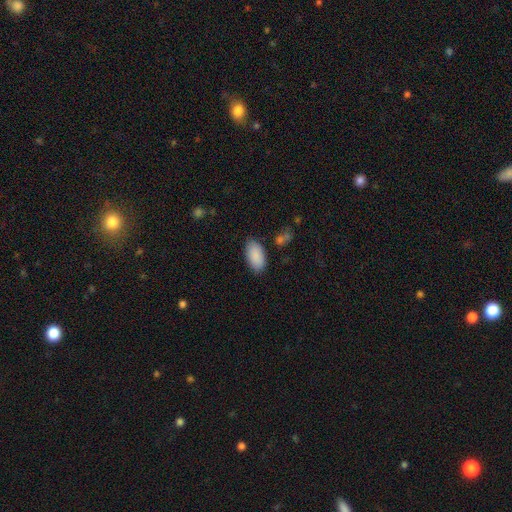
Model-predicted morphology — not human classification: smooth-or-featured: smooth: 89% | star or artifact: 6% | featured or disk: 4%
  how-rounded: in between: 95% | cigar-shaped: 3% | round: 3%
  merging: none: 82% | minor disturbance: 13% | major disturbance: 3% | merger: 2%